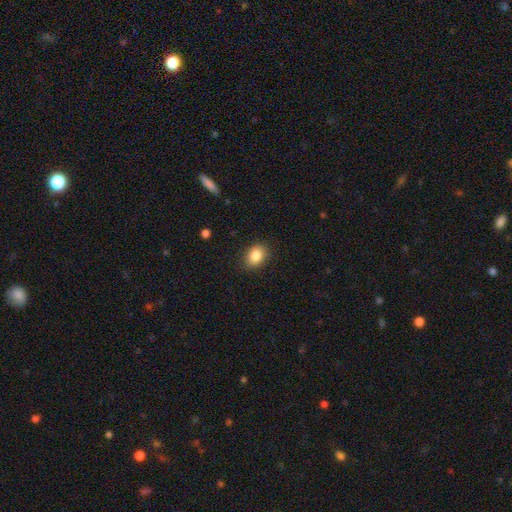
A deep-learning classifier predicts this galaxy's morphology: The model was most divided on "how rounded": in between: 66%, round: 33%, cigar-shaped: 1%. More confident: merging — none (87%); smooth or featured — smooth (85%).